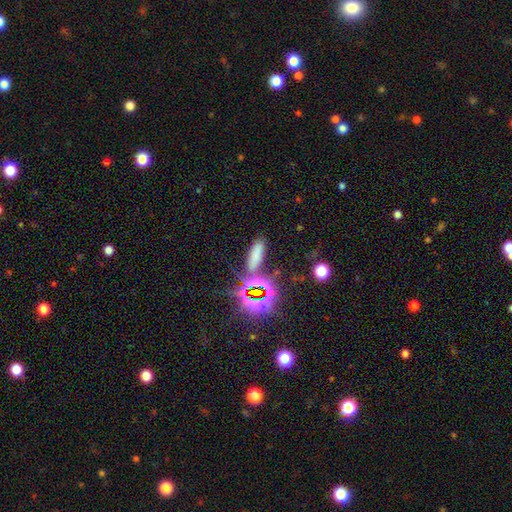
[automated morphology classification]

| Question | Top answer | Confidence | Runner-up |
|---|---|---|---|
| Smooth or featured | smooth | 60% | star or artifact (31%) |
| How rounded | in between | 50% | cigar-shaped (43%) |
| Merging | none | 74% | minor disturbance (12%) |